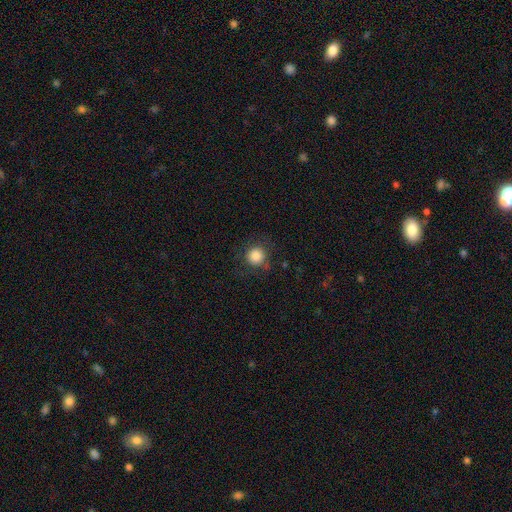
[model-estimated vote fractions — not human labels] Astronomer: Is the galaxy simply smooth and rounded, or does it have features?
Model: smooth — 86%.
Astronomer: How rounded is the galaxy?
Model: round — 94%.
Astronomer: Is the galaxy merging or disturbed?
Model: none — 83%.